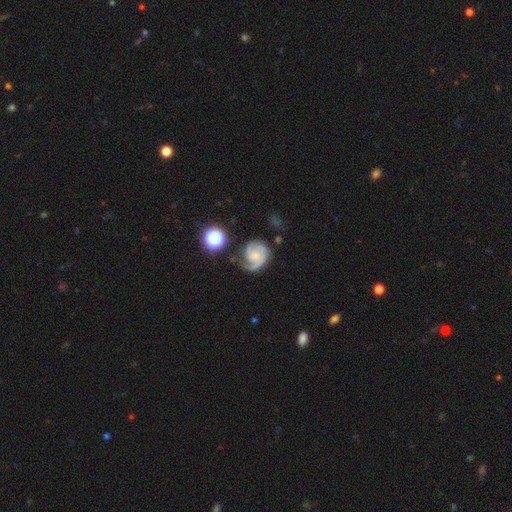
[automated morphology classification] Overall: featured or disk (82%). Edge-on disk: no (98%). Bar: no (68%). Spiral arms: yes (97%). Spiral arm count: 2 (53%; 1 21%). Spiral winding: tight (47%; medium 41%). Bulge size: small (57%; moderate 25%). Merging: none (58%; minor disturbance 23%).